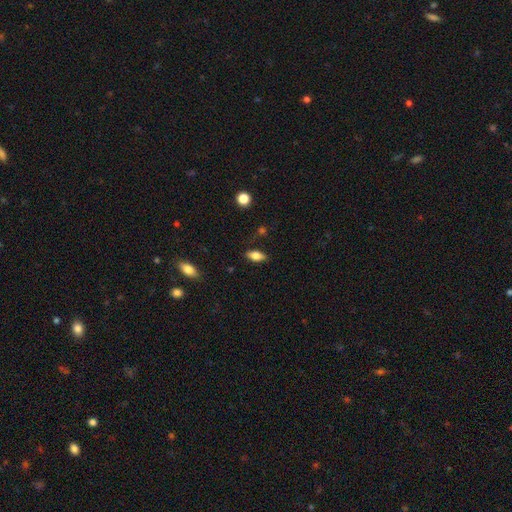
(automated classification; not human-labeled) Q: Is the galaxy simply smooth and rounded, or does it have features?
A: smooth — 74%.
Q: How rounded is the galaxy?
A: in between — 83%.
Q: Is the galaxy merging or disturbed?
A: none — 82%.